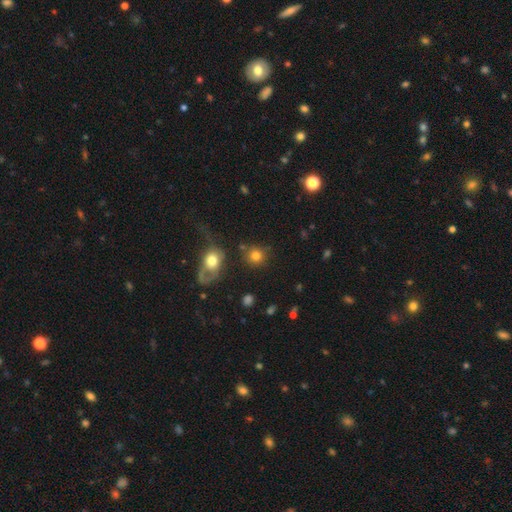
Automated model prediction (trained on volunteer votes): Smooth or featured: smooth — 79% (star or artifact — 12%)
How rounded: round — 88% (in between — 11%)
Merging: none — 72% (minor disturbance — 11%)